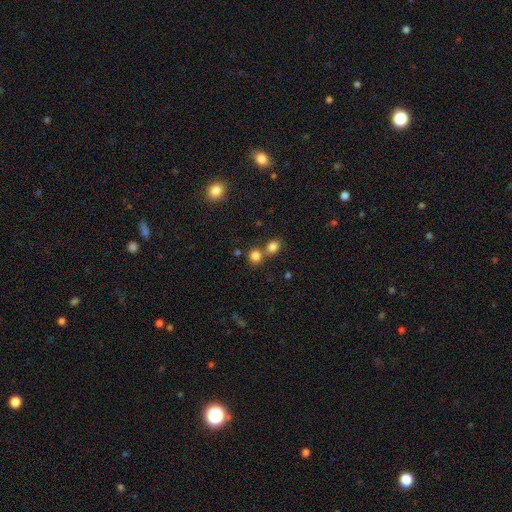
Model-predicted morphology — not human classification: smooth-or-featured: smooth: 80% | star or artifact: 13% | featured or disk: 7%
  how-rounded: round: 82% | in between: 17% | cigar-shaped: 1%
  merging: none: 52% | merger: 38% | minor disturbance: 7% | major disturbance: 3%